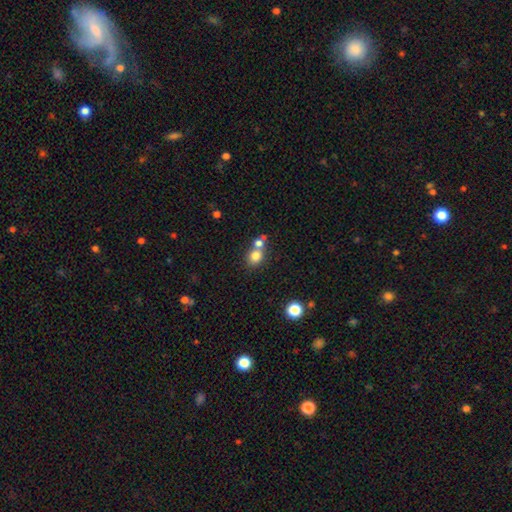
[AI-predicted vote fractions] Smooth or featured: smooth — 78% (star or artifact — 12%)
How rounded: round — 67% (in between — 32%)
Merging: none — 45% (merger — 44%)